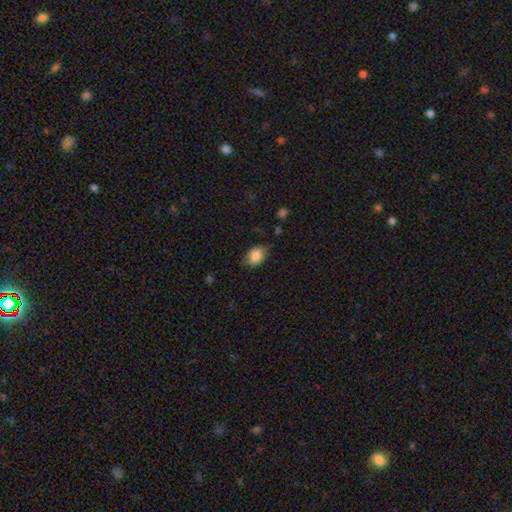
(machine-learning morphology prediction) A smooth galaxy with no disk features (86%) that is in between round and cigar-shaped (78%). Merging: none (75%).